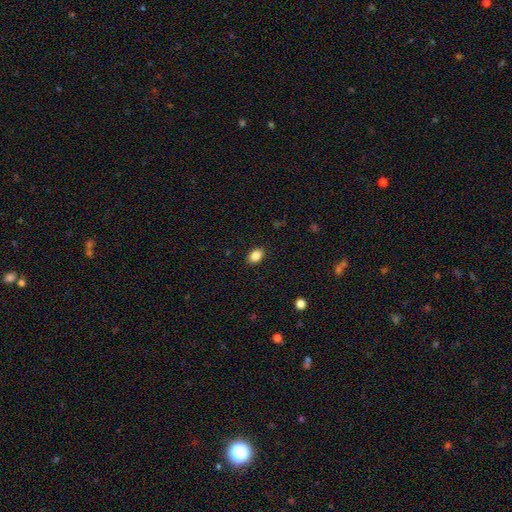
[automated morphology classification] This appears to be a smooth galaxy with no disk features (87%) that is in between round and cigar-shaped (79%). Merging: none (88%).